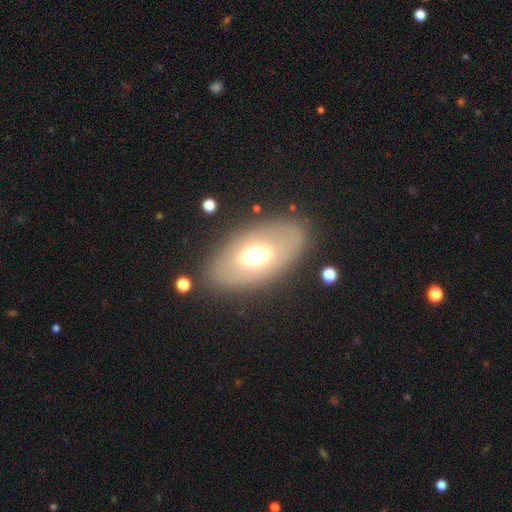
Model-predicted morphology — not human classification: This appears to be a smooth galaxy with no disk features (55%) that is in between round and cigar-shaped (86%). Merging: none (82%).